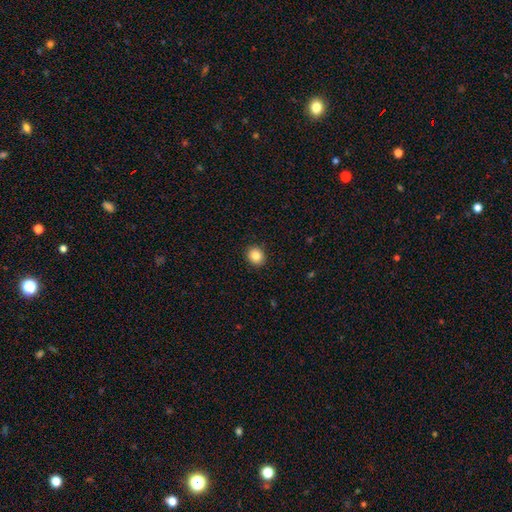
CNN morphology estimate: type=smooth (85%); roundness=round (77%); merging=none (91%).